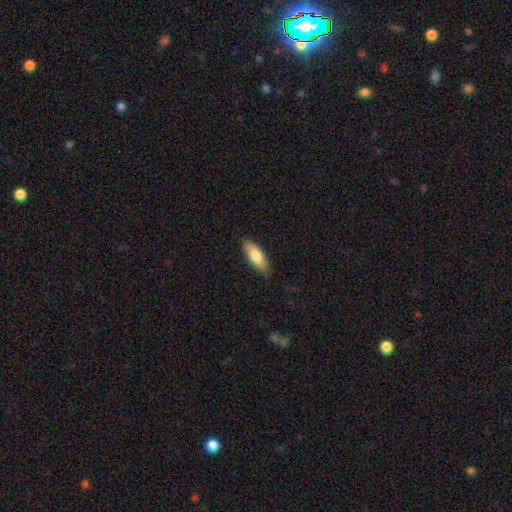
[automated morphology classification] A smooth galaxy with no disk features (76%) that is in between round and cigar-shaped (71%).

Vote fractions:
- Smooth or featured? smooth: 76% / featured or disk: 18% / star or artifact: 6%
- How rounded? in between: 71% / cigar-shaped: 27% / round: 2%
- Merging? none: 82% / minor disturbance: 15% / major disturbance: 2% / merger: 1%